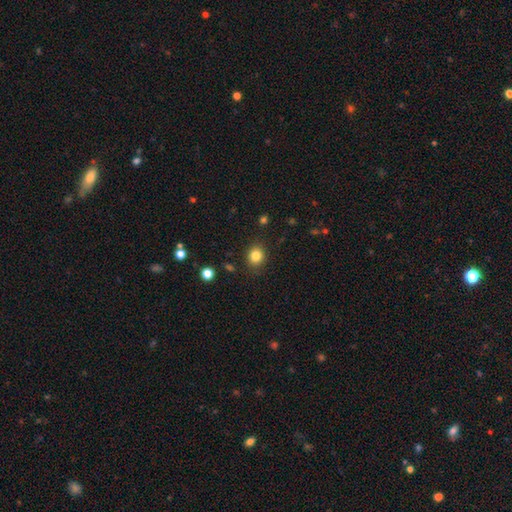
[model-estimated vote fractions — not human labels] A smooth galaxy with no disk features (83%) that is round (74%).

Vote fractions:
- Smooth or featured? smooth: 83% / star or artifact: 11% / featured or disk: 6%
- How rounded? round: 74% / in between: 25% / cigar-shaped: 1%
- Merging? none: 87% / minor disturbance: 9% / major disturbance: 3% / merger: 1%